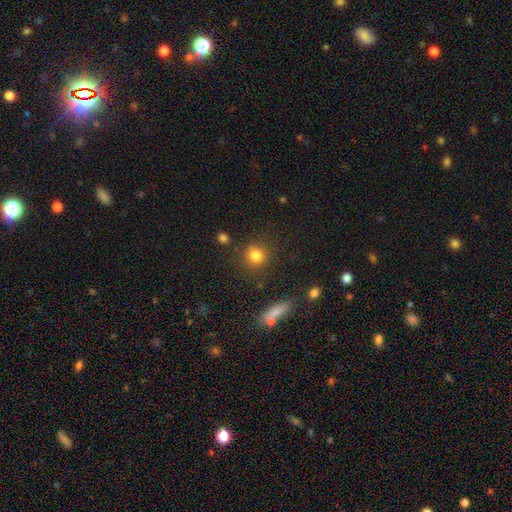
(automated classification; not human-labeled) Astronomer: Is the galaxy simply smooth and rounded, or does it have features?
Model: smooth — 81%.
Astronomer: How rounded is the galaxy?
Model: round — 87%.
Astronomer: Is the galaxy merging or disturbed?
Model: none — 81%.